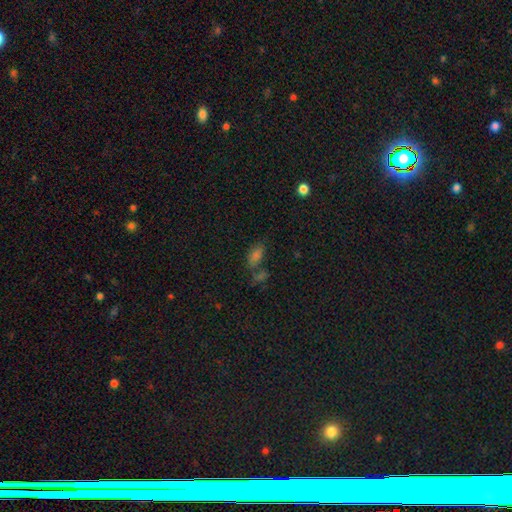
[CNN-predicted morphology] This appears to be a smooth galaxy with no disk features (66%) that is in between round and cigar-shaped (87%). Merging: none (50%).